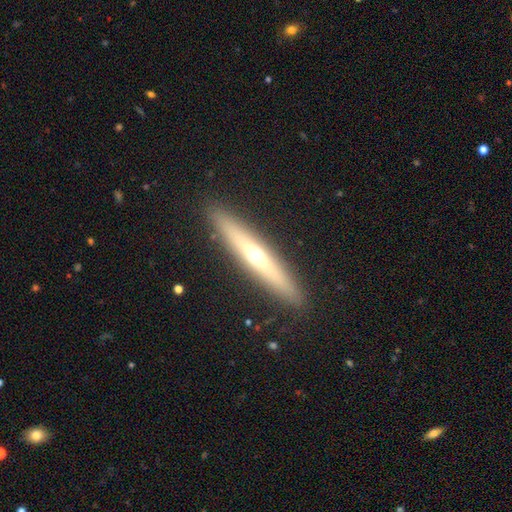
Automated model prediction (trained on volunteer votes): This is possibly a featured or disk galaxy (55%). It is clearly viewed edge-on (91%). Merging: clearly none (90%).